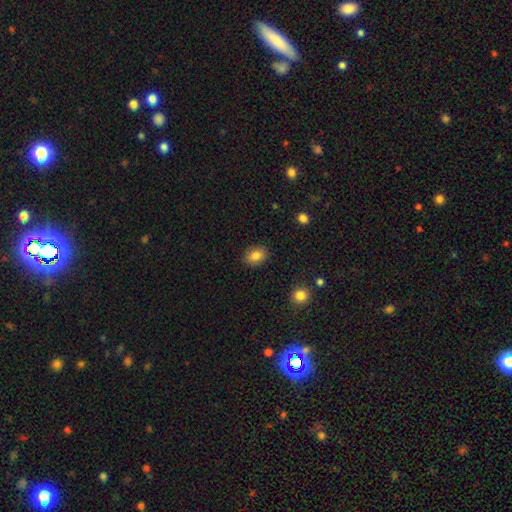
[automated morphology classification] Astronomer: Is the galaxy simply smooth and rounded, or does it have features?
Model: smooth — 84%.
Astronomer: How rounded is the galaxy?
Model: in between — 56% (runner-up: round, 43%).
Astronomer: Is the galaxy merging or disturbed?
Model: none — 88%.